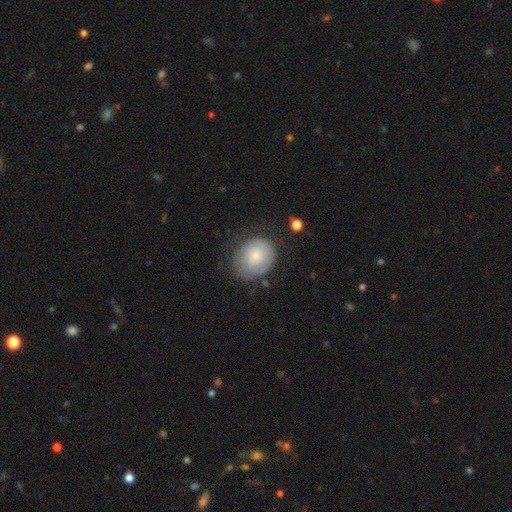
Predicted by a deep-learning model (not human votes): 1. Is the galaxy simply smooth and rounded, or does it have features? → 72% smooth, 21% featured or disk, 7% star or artifact.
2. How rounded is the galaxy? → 61% round, 38% in between, 1% cigar-shaped.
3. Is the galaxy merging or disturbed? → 62% none, 25% minor disturbance, 10% major disturbance, 2% merger.